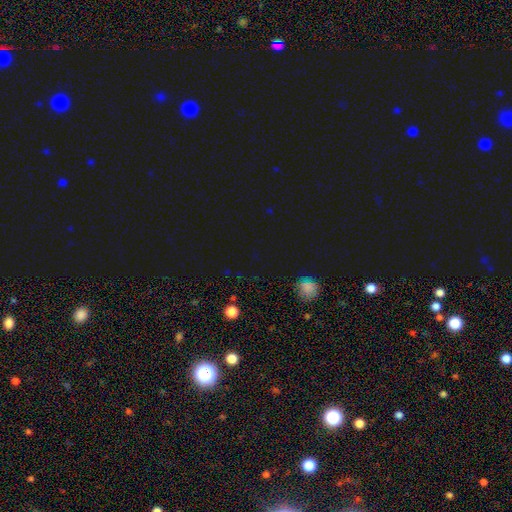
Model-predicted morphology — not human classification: Smooth or featured? Predicted: star or artifact (p=0.68).